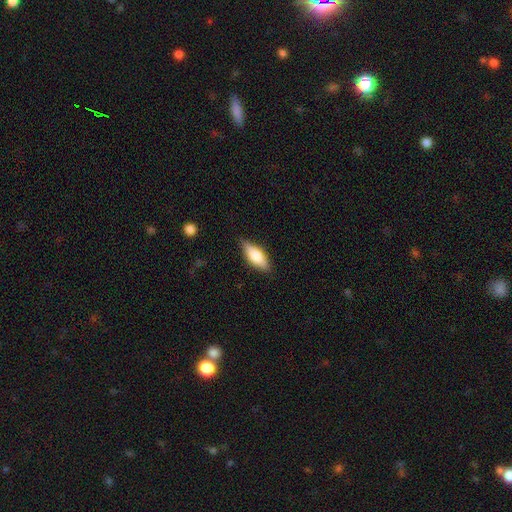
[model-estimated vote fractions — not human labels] This is likely a smooth galaxy (70%). How rounded: likely in between (72%). Merging: clearly none (81%).